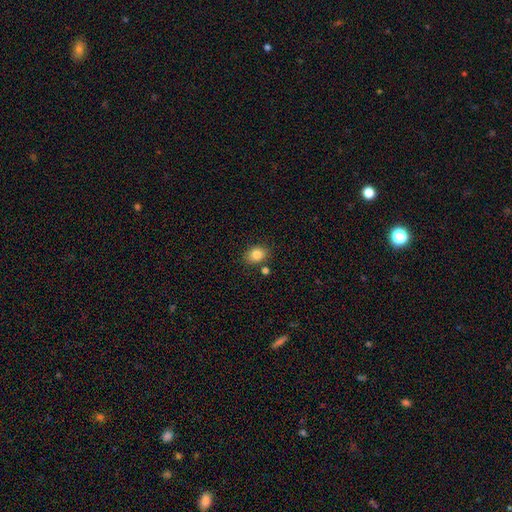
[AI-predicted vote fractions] This appears to be a smooth galaxy with no disk features (83%) that is in between round and cigar-shaped (59%). Merging: none (80%).